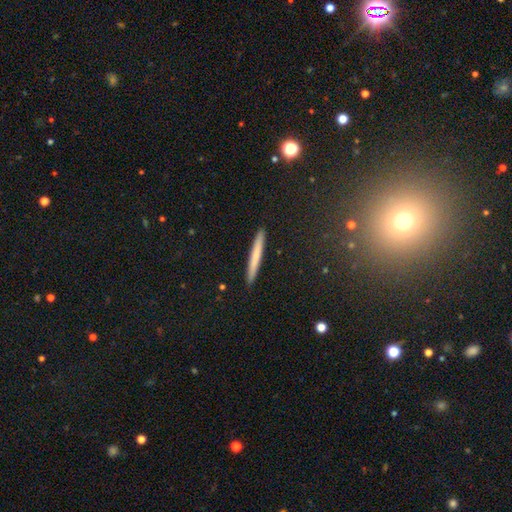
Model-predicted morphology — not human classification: Smooth or featured? Predicted: smooth (p=0.63). How rounded? Predicted: cigar-shaped (p=0.97). Merging? Predicted: none (p=0.92).